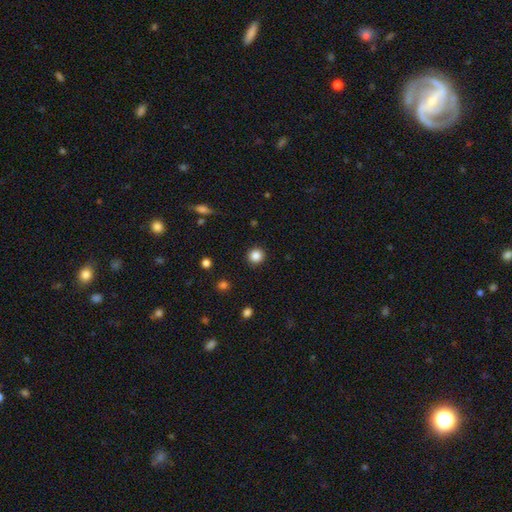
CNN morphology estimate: The model was most divided on "smooth or featured": smooth: 85%, star or artifact: 11%, featured or disk: 4%. More confident: how rounded — round (94%); merging — none (92%).